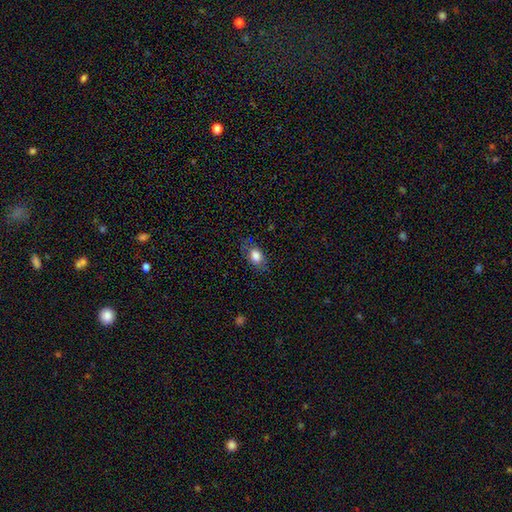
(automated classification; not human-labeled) This is clearly a smooth galaxy (81%). How rounded: likely in between (78%). Merging: likely none (77%).